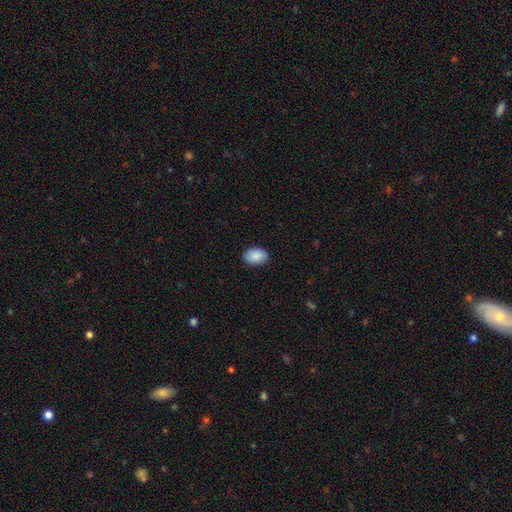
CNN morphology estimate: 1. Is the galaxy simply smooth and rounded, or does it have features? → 88% smooth, 7% star or artifact, 6% featured or disk.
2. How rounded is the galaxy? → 84% in between, 15% round, 1% cigar-shaped.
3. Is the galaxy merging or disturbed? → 87% none, 10% minor disturbance, 2% major disturbance, 1% merger.